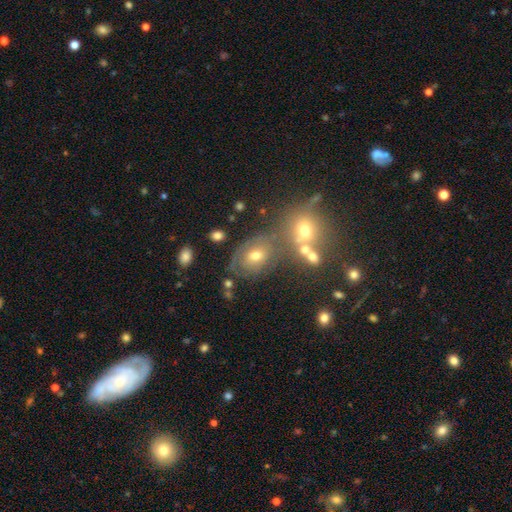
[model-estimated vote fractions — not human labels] Morphology: type=smooth (52%); roundness=in between (67%); merging=none (47%).